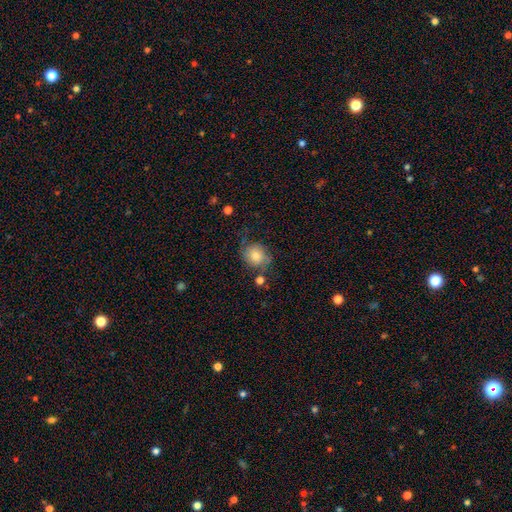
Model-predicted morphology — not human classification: This is likely a smooth galaxy (65%). How rounded: likely round (70%). Merging: possibly none (58%).